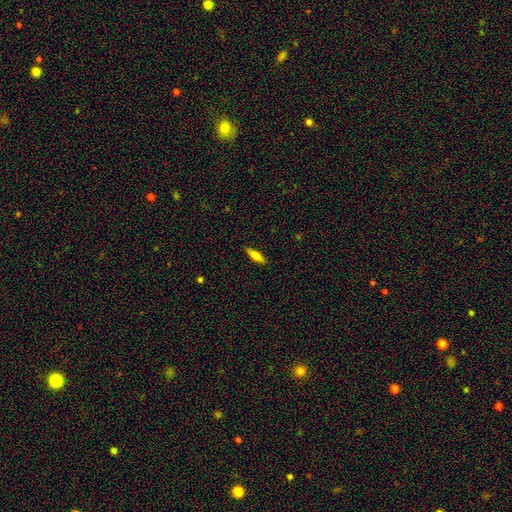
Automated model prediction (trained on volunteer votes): Smooth or featured? smooth (66%)
How rounded? cigar-shaped (54%)
Merging? none (88%)